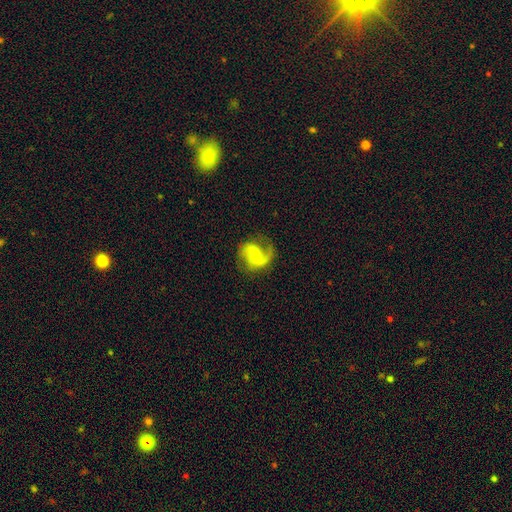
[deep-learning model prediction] Smooth or featured?
  - featured or disk: 82% *
  - smooth: 13%
  - star or artifact: 6%
Edge-on disk?
  - no: 98% *
  - yes: 2%
Bar?
  - weak: 47% *
  - strong: 28%
  - no: 25%
Spiral arms?
  - yes: 95% *
  - no: 5%
Spiral winding?
  - loose: 50% *
  - medium: 40%
  - tight: 10%
Spiral arm count?
  - 2: 72% *
  - 1: 22%
  - can't tell: 3%
  - 3: 1%
  - 4: 1%
  - more than 4: 1%
Bulge size?
  - small: 58% *
  - moderate: 26%
  - none: 13%
  - large: 2%
  - dominant: 1%
Merging?
  - none: 65% *
  - minor disturbance: 19%
  - major disturbance: 15%
  - merger: 2%